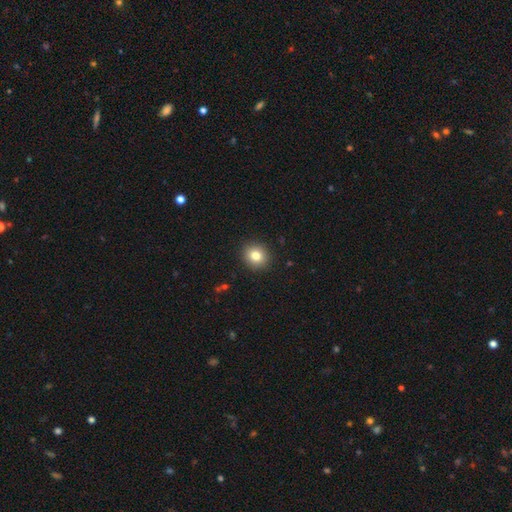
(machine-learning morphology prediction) smooth_or_featured: smooth (p=0.82) [alt: star or artifact p=0.10]
how_rounded: round (p=0.82) [alt: in between p=0.18]
merging: none (p=0.91) [alt: minor disturbance p=0.06]